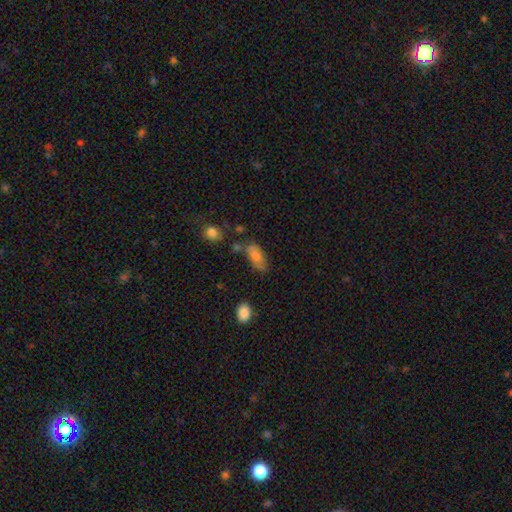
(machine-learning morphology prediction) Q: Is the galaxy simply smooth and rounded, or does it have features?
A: smooth — 72%.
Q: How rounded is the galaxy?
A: in between — 86%.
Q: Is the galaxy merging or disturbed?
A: none — 55%.